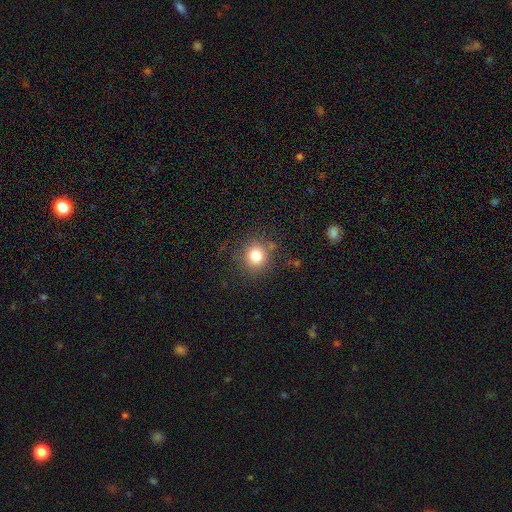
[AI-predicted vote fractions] Smooth or featured? smooth (81%)
How rounded? round (87%)
Merging? none (83%)